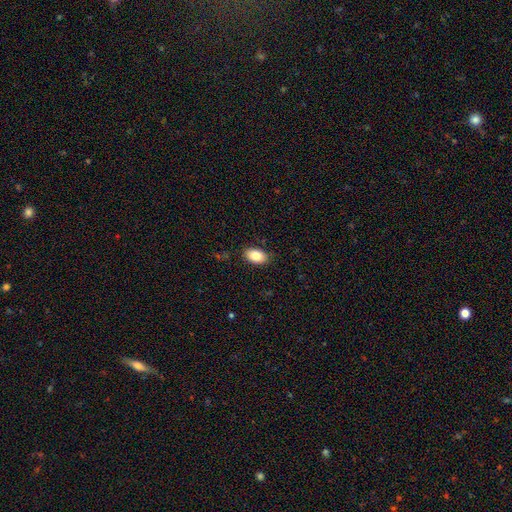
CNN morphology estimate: This appears to be a smooth galaxy with no disk features (85%) that is in between round and cigar-shaped (91%). Merging: none (86%).